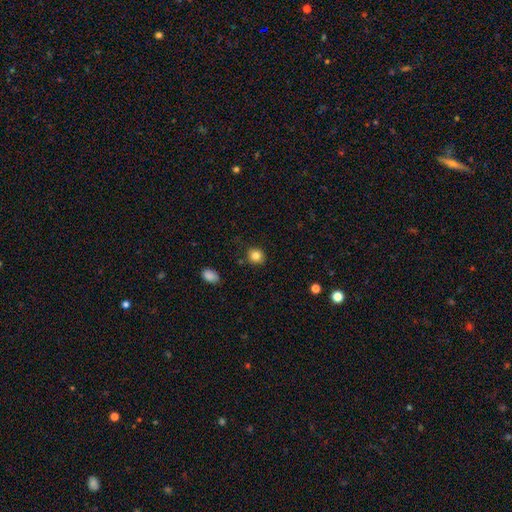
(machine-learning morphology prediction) smooth_or_featured: smooth (p=0.83) [alt: star or artifact p=0.11]
how_rounded: round (p=0.83) [alt: in between p=0.16]
merging: none (p=0.87) [alt: minor disturbance p=0.09]